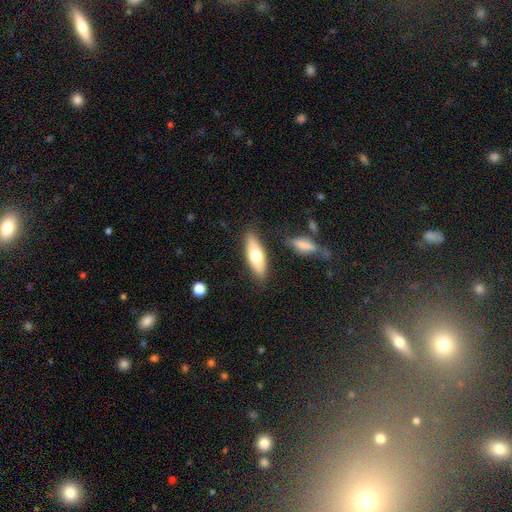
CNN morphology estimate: Smooth or featured? Predicted: smooth (p=0.66). How rounded? Predicted: in between (p=0.65). Merging? Predicted: none (p=0.82).